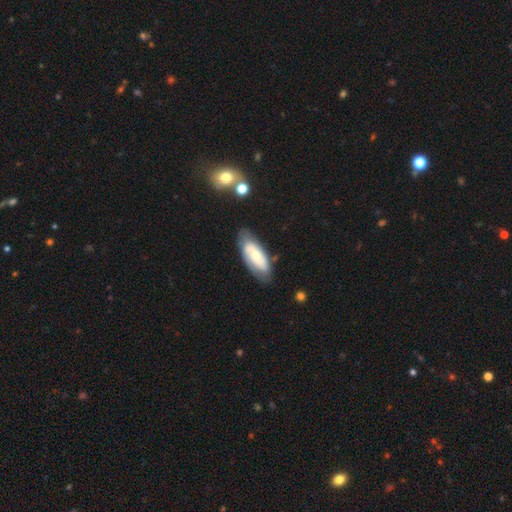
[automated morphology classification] featured or disk 55%, smooth 39%, star or artifact 6%. Down the decision tree: edge-on disk — no (88%); merging — none (71%).